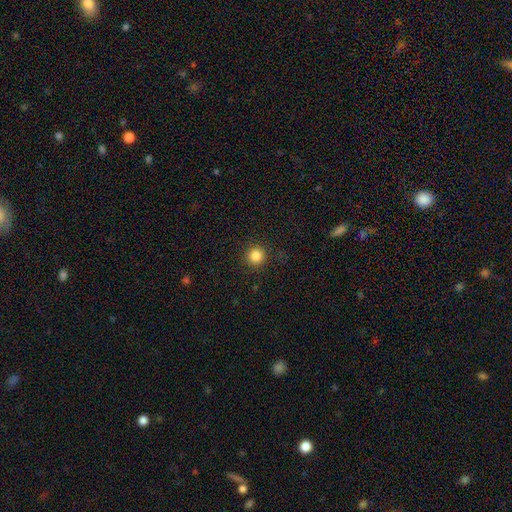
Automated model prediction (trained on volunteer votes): smooth 84%, star or artifact 12%, featured or disk 4%. Down the decision tree: how rounded — round (95%); merging — none (91%).